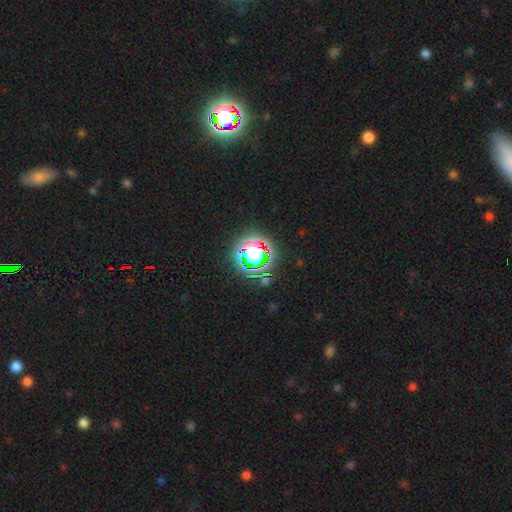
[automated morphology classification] A star or artifact, not a galaxy (68%).